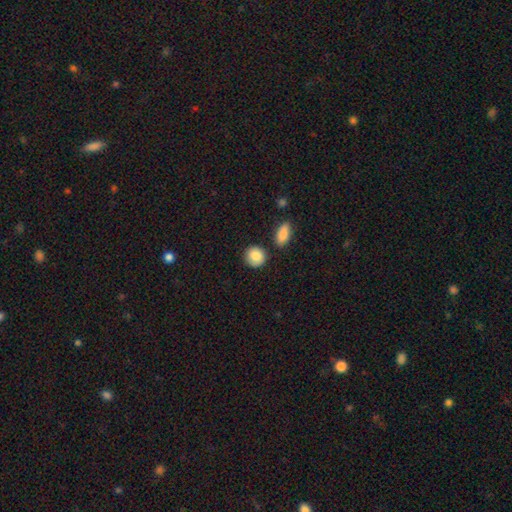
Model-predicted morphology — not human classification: Overall: smooth (84%). How rounded: round (83%). Merging: none (80%).